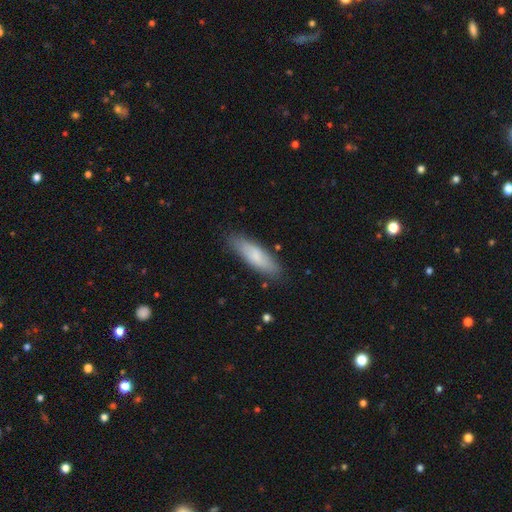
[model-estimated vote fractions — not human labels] Q: Smooth or featured?
A: smooth (76%); runner-up: featured or disk (18%)
Q: How rounded?
A: cigar-shaped (57%); runner-up: in between (41%)
Q: Merging?
A: none (83%); runner-up: minor disturbance (13%)